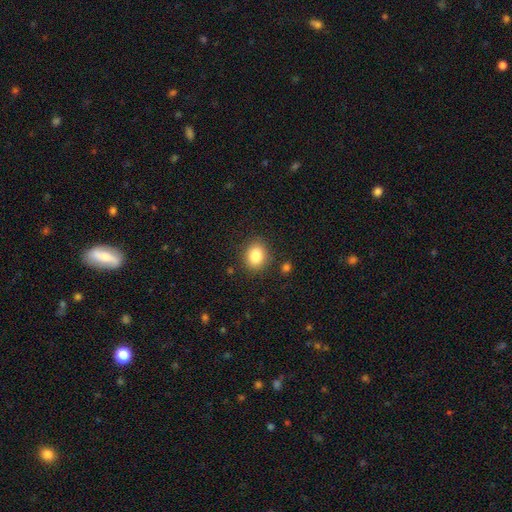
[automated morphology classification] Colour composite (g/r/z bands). It shows a smooth galaxy with no disk features (85%) that is round (50%). Merging: none (85%).